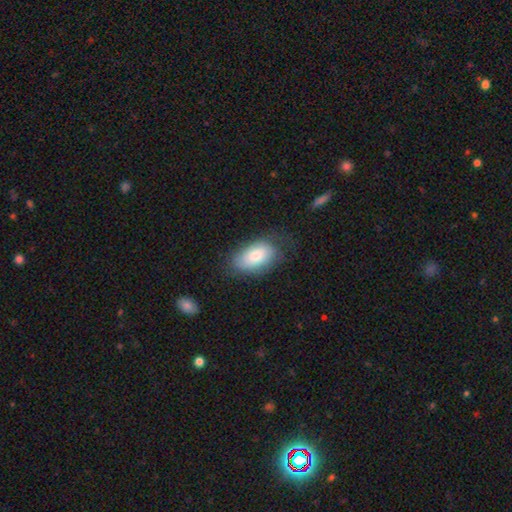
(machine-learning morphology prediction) A smooth galaxy with no disk features (77%) that is in between round and cigar-shaped (92%).

Vote fractions:
- Smooth or featured? smooth: 77% / featured or disk: 16% / star or artifact: 7%
- How rounded? in between: 92% / round: 6% / cigar-shaped: 2%
- Merging? none: 67% / minor disturbance: 23% / major disturbance: 8% / merger: 2%